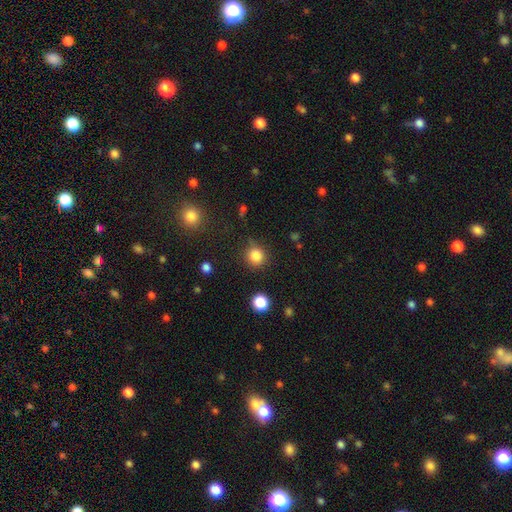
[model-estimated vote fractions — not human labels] smooth_or_featured: smooth (p=0.84) [alt: star or artifact p=0.12]
how_rounded: round (p=0.92) [alt: in between p=0.07]
merging: none (p=0.82) [alt: minor disturbance p=0.12]